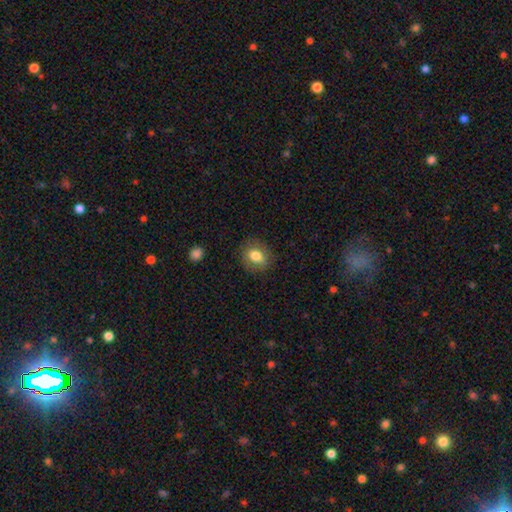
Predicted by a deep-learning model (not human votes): Q: Smooth or featured?
A: smooth (79%); runner-up: featured or disk (13%)
Q: How rounded?
A: round (53%); runner-up: in between (46%)
Q: Merging?
A: none (84%); runner-up: minor disturbance (11%)